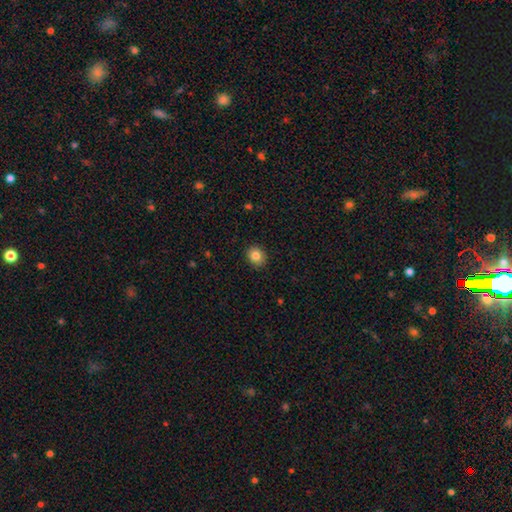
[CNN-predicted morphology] smooth-or-featured: smooth: 83% | star or artifact: 10% | featured or disk: 7%
  how-rounded: round: 68% | in between: 31% | cigar-shaped: 1%
  merging: none: 90% | minor disturbance: 8% | major disturbance: 2% | merger: 1%